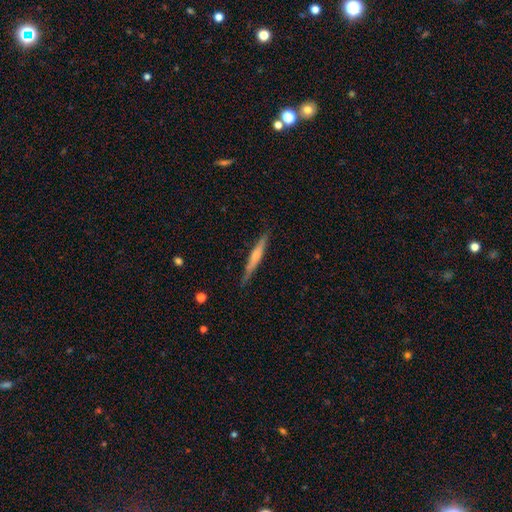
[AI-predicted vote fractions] featured or disk 50%, smooth 45%, star or artifact 6%. Down the decision tree: merging — none (88%).